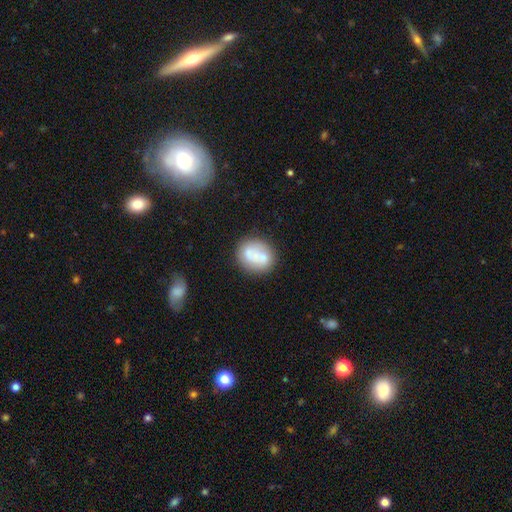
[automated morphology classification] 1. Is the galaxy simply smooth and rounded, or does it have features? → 56% smooth, 36% featured or disk, 8% star or artifact.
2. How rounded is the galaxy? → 67% round, 32% in between, 1% cigar-shaped.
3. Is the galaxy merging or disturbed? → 52% none, 21% merger, 19% minor disturbance, 9% major disturbance.